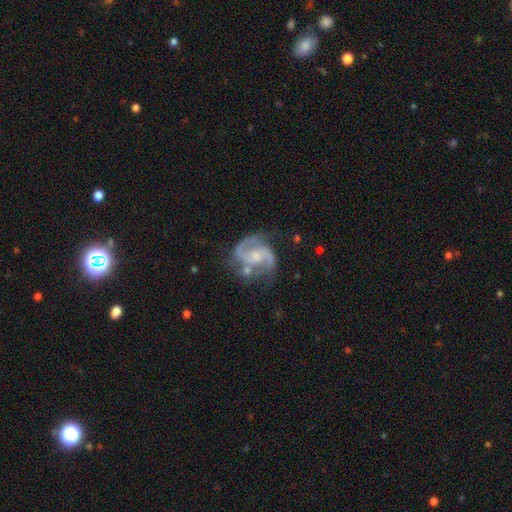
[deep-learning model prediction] Smooth or featured: featured or disk — 89% (smooth — 6%)
Edge-on disk: no — 98% (yes — 2%)
Bar: no — 46% (weak — 44%)
Spiral arms: yes — 97% (no — 3%)
Spiral winding: medium — 59% (loose — 21%)
Spiral arm count: 2 — 87% (3 — 5%)
Bulge size: moderate — 39% (tied with small — 39%)
Merging: none — 60% (minor disturbance — 21%)